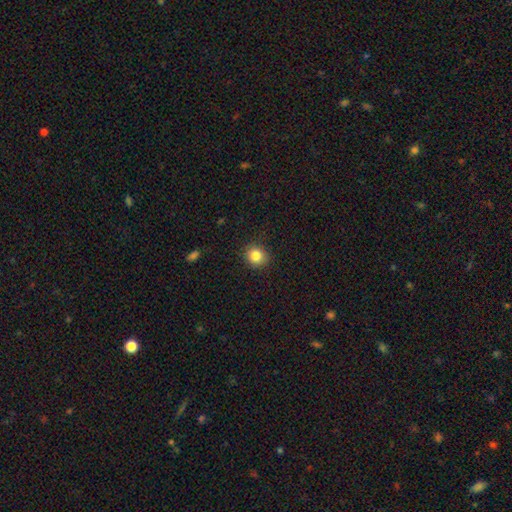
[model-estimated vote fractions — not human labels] This appears to be a smooth galaxy with no disk features (84%) that is round (83%). Merging: none (89%).